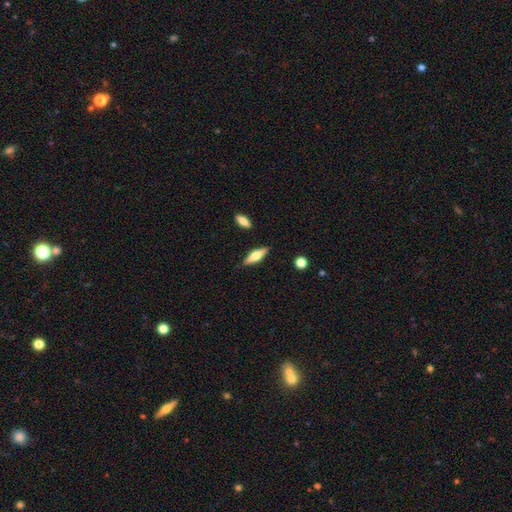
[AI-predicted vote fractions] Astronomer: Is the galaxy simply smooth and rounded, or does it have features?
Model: featured or disk — 50% (runner-up: smooth, 43%).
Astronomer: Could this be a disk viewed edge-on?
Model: yes — 93%.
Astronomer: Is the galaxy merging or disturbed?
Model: none — 85%.